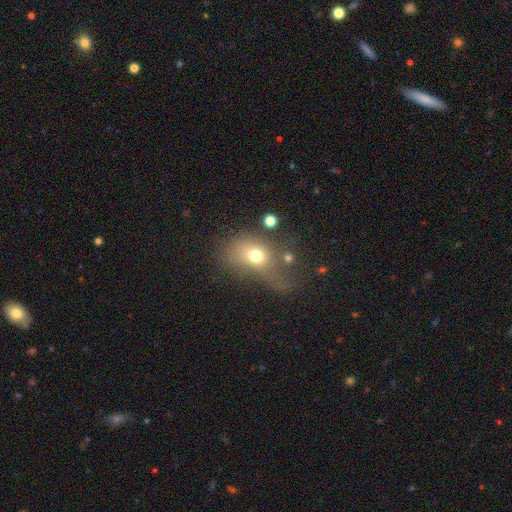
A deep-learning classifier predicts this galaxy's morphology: Q: Smooth or featured?
A: smooth (68%); runner-up: featured or disk (19%)
Q: How rounded?
A: in between (64%); runner-up: round (34%)
Q: Merging?
A: major disturbance (39%); runner-up: none (29%)